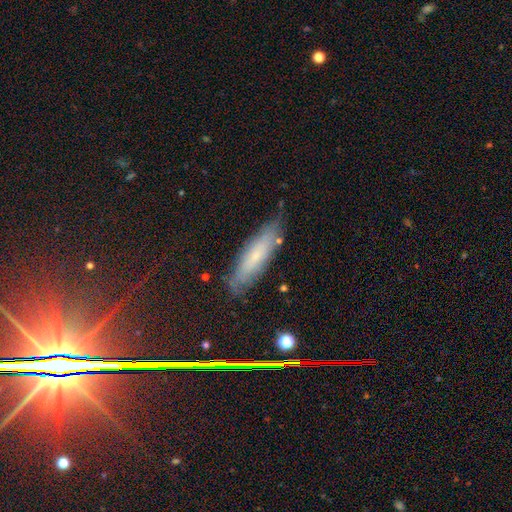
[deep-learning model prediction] Morphology: type=smooth (47%); merging=none (78%).